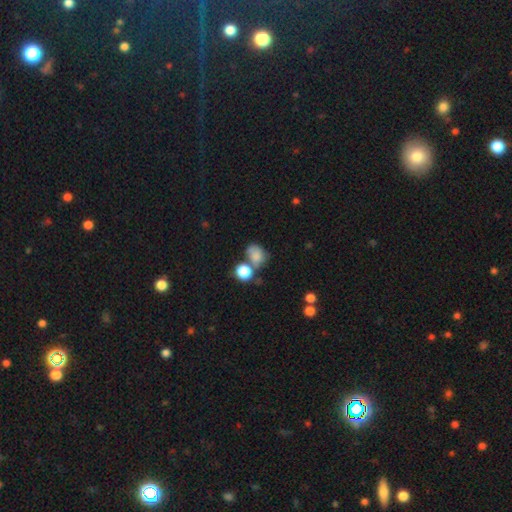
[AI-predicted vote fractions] This appears to be a smooth galaxy with no disk features (76%) that is in between round and cigar-shaped (51%). Merging: merger (36%, tied with none).